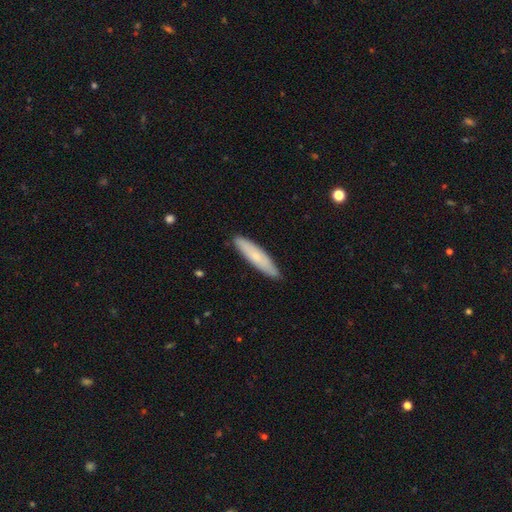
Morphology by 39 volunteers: smooth_or_featured: smooth (p=0.51) [alt: featured or disk p=0.44]
how_rounded: cigar-shaped (p=1.00)
merging: none (p=0.92) [alt: minor disturbance p=0.08]